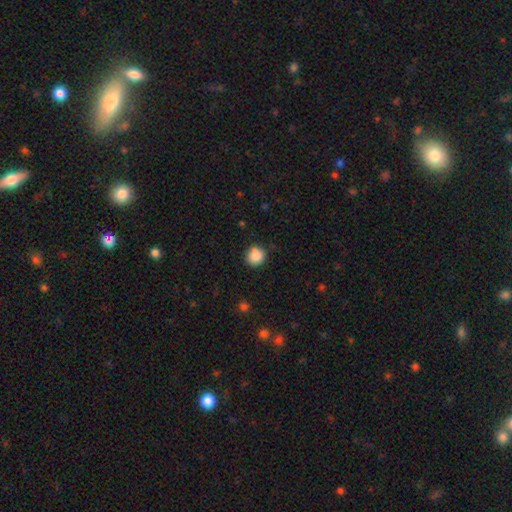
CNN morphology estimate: Smooth or featured? Predicted: smooth (p=0.87). How rounded? Predicted: round (p=0.90). Merging? Predicted: none (p=0.84).